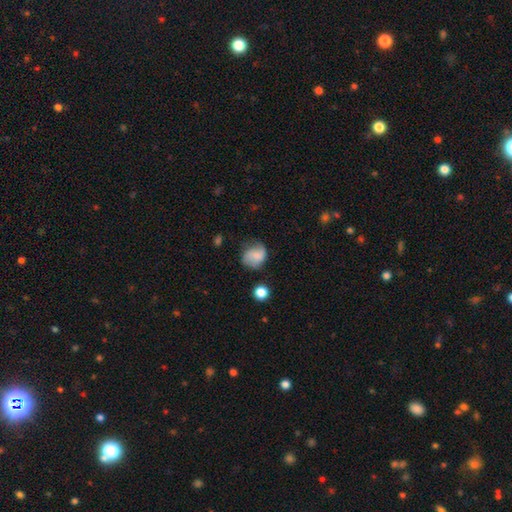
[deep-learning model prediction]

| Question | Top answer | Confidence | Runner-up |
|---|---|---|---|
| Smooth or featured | smooth | 58% | featured or disk (33%) |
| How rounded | round | 69% | in between (30%) |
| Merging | none | 56% | minor disturbance (28%) |